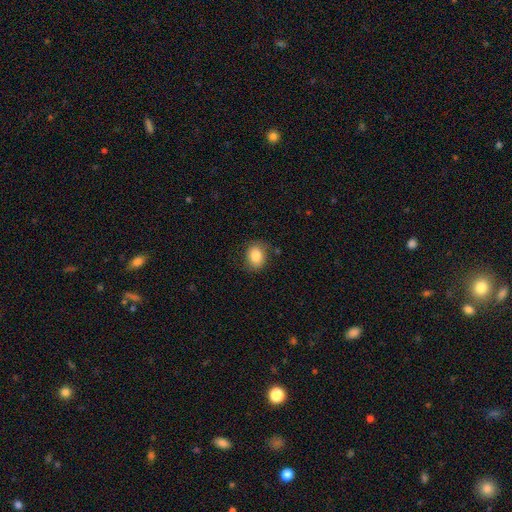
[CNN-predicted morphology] Q: Smooth or featured?
A: smooth (84%); runner-up: star or artifact (8%)
Q: How rounded?
A: round (52%); runner-up: in between (47%)
Q: Merging?
A: none (79%); runner-up: minor disturbance (15%)